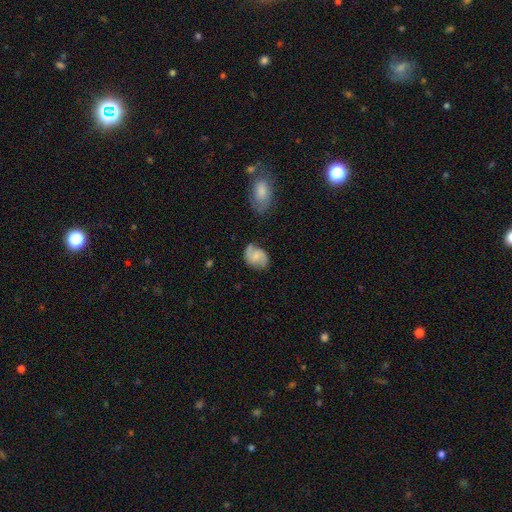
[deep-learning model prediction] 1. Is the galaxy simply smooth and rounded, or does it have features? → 60% featured or disk, 32% smooth, 8% star or artifact.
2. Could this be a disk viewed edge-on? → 97% no, 3% yes.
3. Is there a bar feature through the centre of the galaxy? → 54% no, 39% weak, 7% strong.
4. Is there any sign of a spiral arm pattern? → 92% yes, 8% no.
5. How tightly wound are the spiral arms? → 47% medium, 29% loose, 23% tight.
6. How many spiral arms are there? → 87% 2, 7% can't tell, 3% 1, 2% 3, 1% 4, 1% more than 4.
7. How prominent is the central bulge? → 50% small, 29% moderate, 18% none, 2% large, 1% dominant.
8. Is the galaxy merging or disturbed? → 68% none, 22% minor disturbance, 6% major disturbance, 4% merger.